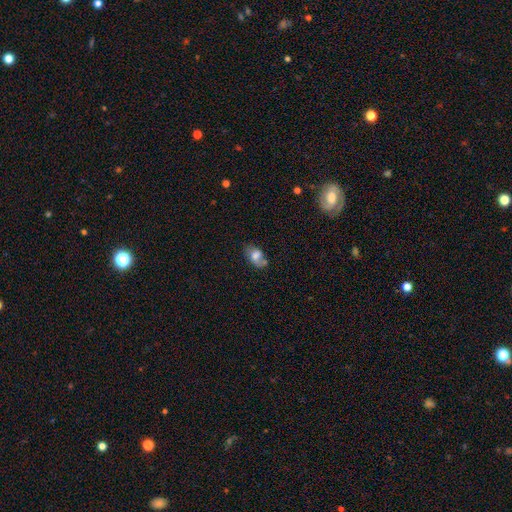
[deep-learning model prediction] smooth 67%, featured or disk 23%, star or artifact 10%. Down the decision tree: how rounded — in between (84%); merging — none (42%).